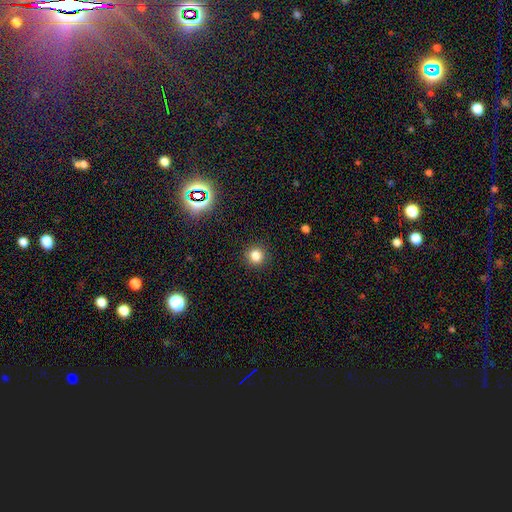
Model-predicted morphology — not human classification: This is clearly a smooth galaxy (81%). How rounded: clearly round (91%). Merging: clearly none (91%).